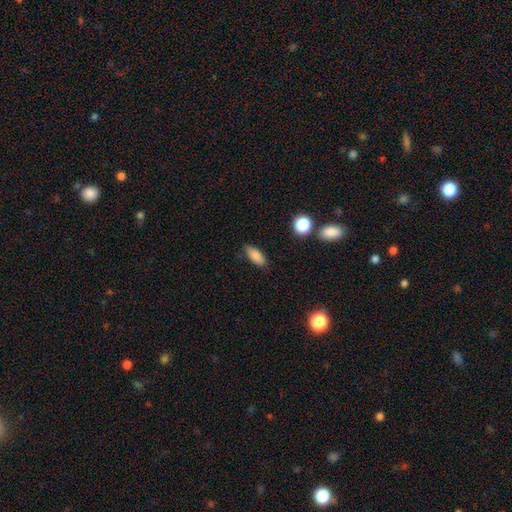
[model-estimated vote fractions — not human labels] A smooth galaxy with no disk features (85%) that is in between round and cigar-shaped (77%).

Vote fractions:
- Smooth or featured? smooth: 85% / star or artifact: 9% / featured or disk: 7%
- How rounded? in between: 77% / cigar-shaped: 20% / round: 4%
- Merging? none: 84% / minor disturbance: 12% / major disturbance: 3% / merger: 2%